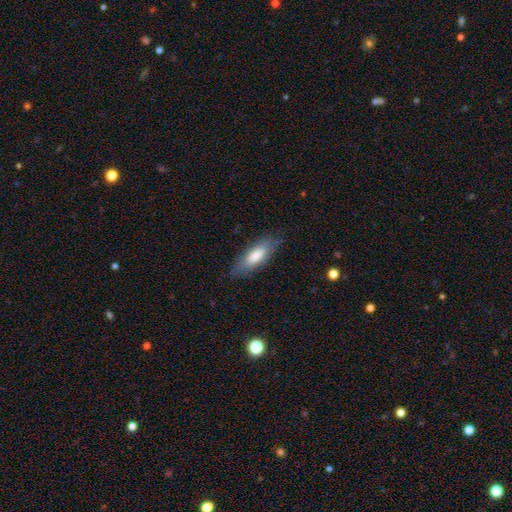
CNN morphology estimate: Overall: smooth (78%). How rounded: in between (61%; cigar-shaped 37%). Merging: none (79%).